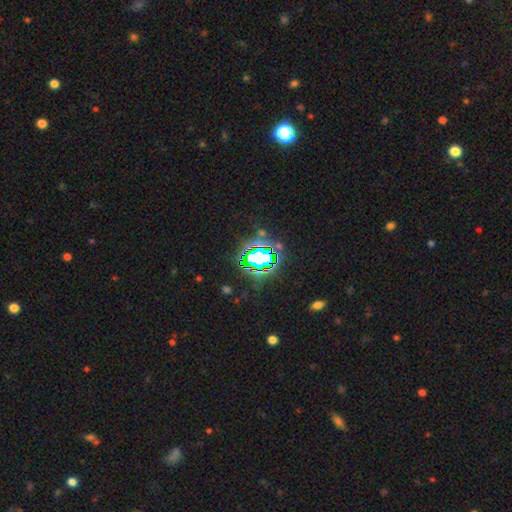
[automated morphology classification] smooth-or-featured: star or artifact: 72% | smooth: 15% | featured or disk: 12%